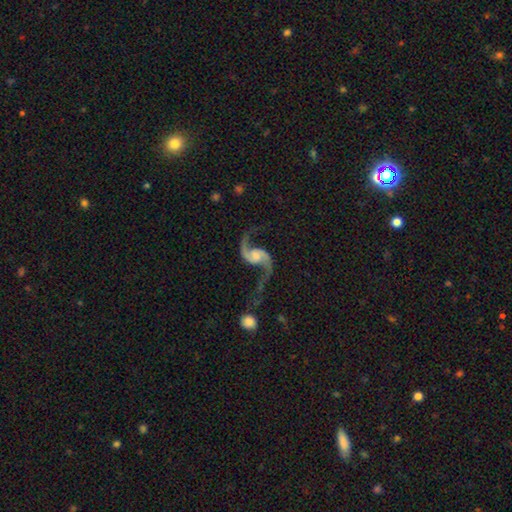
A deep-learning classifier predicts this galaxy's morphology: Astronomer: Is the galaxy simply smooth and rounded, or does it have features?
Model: featured or disk — 93%.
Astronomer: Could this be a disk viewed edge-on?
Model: no — 98%.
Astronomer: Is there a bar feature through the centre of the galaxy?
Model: no — 54% (runner-up: weak, 36%).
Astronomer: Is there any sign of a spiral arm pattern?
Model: yes — 98%.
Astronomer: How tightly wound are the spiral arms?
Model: loose — 84%.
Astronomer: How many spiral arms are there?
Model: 2 — 94%.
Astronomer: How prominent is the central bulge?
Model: moderate — 31% (runner-up: small, 28%).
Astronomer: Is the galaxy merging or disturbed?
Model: none — 66%.